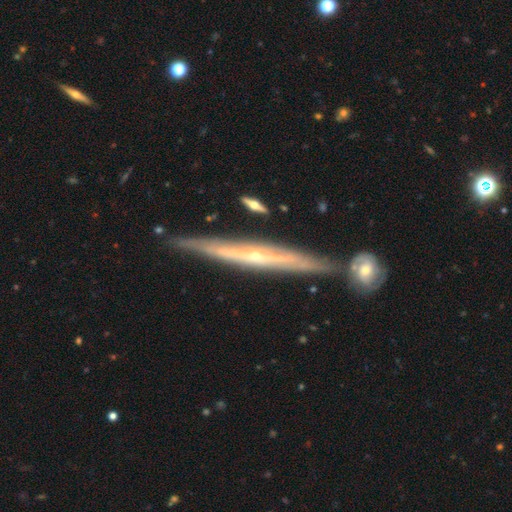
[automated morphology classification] Overall: featured or disk (81%). Edge-on disk: yes (93%). Edge-on bulge: rounded (56%; none 40%). Merging: none (80%).